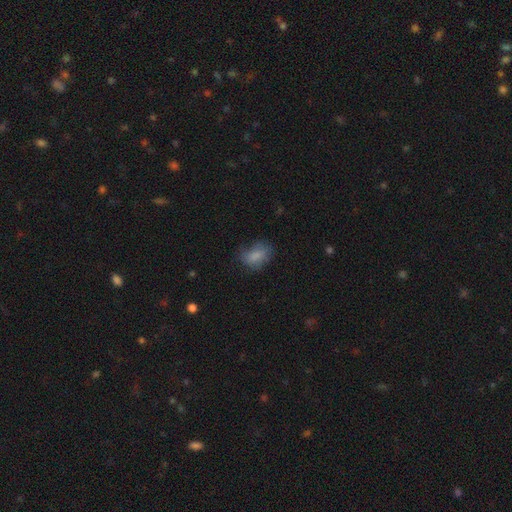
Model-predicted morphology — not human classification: The model was most divided on "merging": none: 59%, minor disturbance: 27%, major disturbance: 12%, merger: 2%. More confident: smooth or featured — smooth (79%); how rounded — in between (77%).